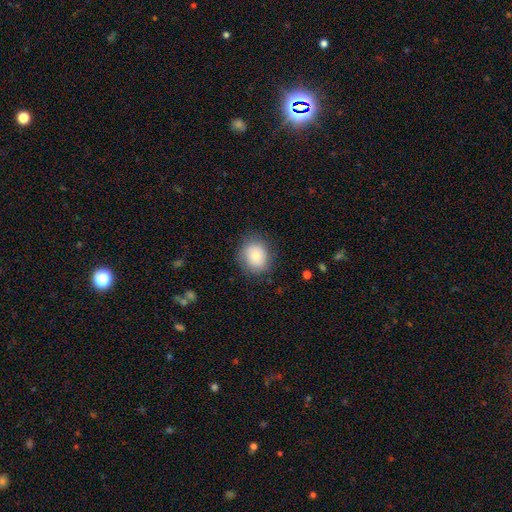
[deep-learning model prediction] Morphology: type=smooth (78%); roundness=round (71%); merging=none (81%).